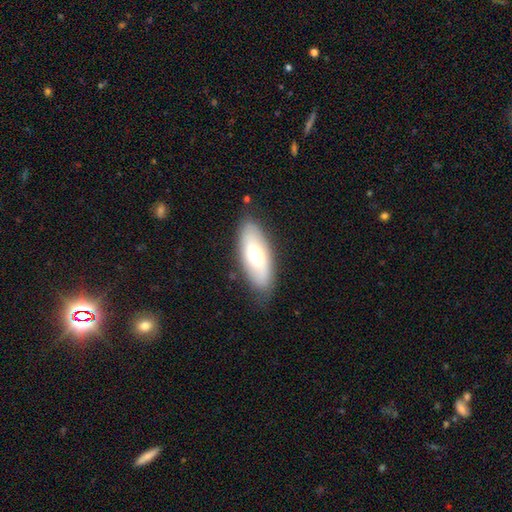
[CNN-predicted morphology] Smooth or featured: smooth — 62% (featured or disk — 32%)
How rounded: in between — 80% (cigar-shaped — 18%)
Merging: none — 82% (minor disturbance — 14%)